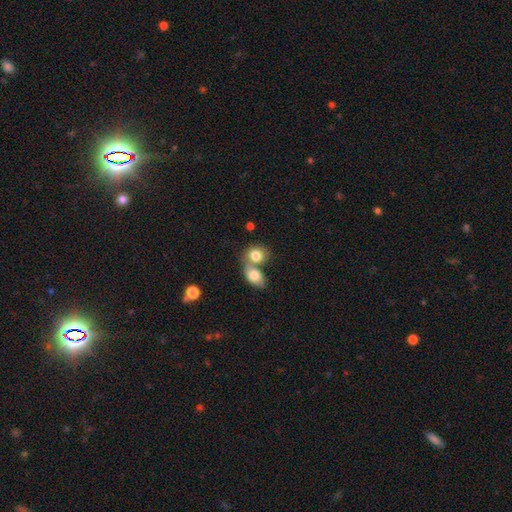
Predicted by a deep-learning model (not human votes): smooth-or-featured: smooth: 80% | featured or disk: 13% | star or artifact: 7%
  how-rounded: in between: 52% | round: 47% | cigar-shaped: 1%
  merging: merger: 62% | none: 27% | minor disturbance: 7% | major disturbance: 3%